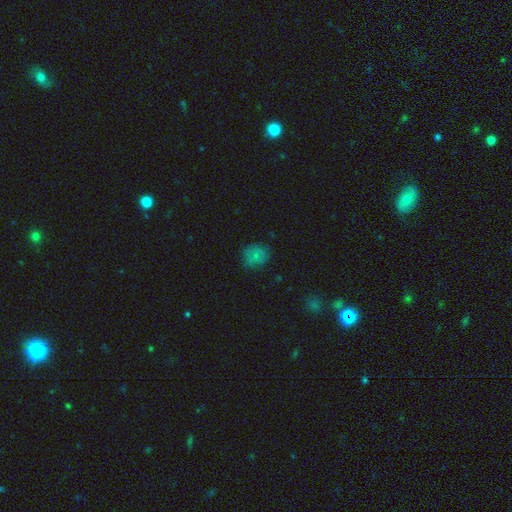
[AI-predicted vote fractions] This is likely a smooth galaxy (73%). How rounded: likely round (78%). Merging: likely none (71%).